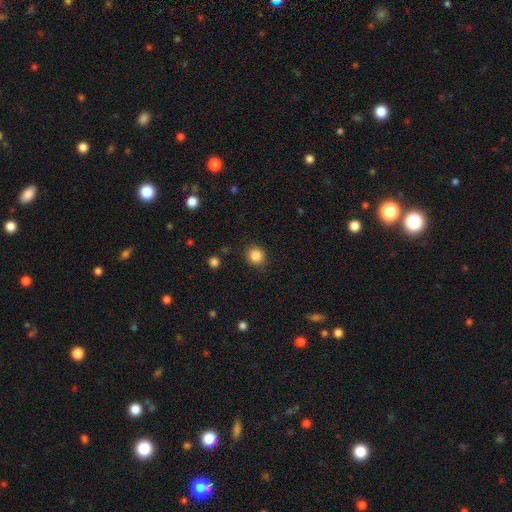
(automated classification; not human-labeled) Smooth or featured? smooth (86%)
How rounded? round (84%)
Merging? none (89%)